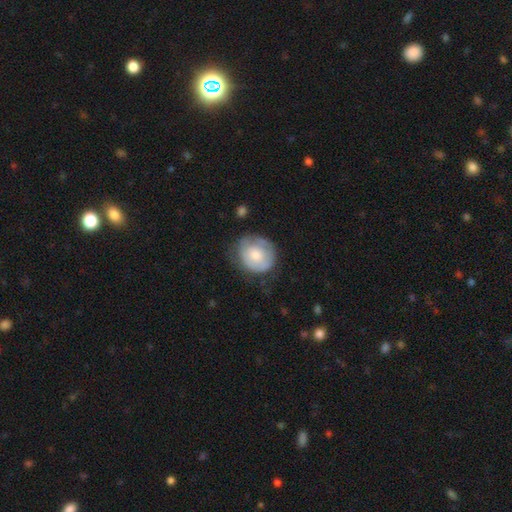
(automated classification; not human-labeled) A smooth galaxy with no disk features (60%) that is round (76%).

Vote fractions:
- Smooth or featured? smooth: 60% / featured or disk: 34% / star or artifact: 6%
- How rounded? round: 76% / in between: 23% / cigar-shaped: 1%
- Merging? none: 57% / minor disturbance: 28% / major disturbance: 12% / merger: 2%